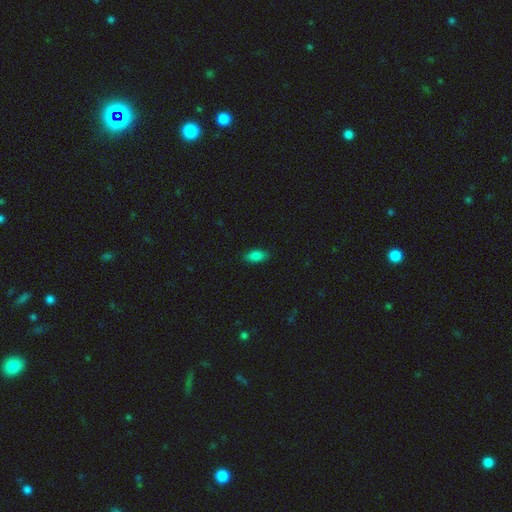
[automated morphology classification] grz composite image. It shows a smooth galaxy with no disk features (85%) that is in between round and cigar-shaped (89%). Merging: none (87%).